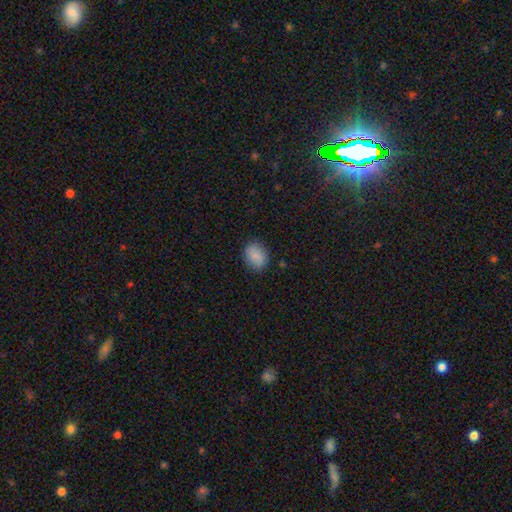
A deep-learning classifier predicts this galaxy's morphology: smooth 87%, star or artifact 8%, featured or disk 5%. Down the decision tree: how rounded — in between (60%); merging — none (83%).